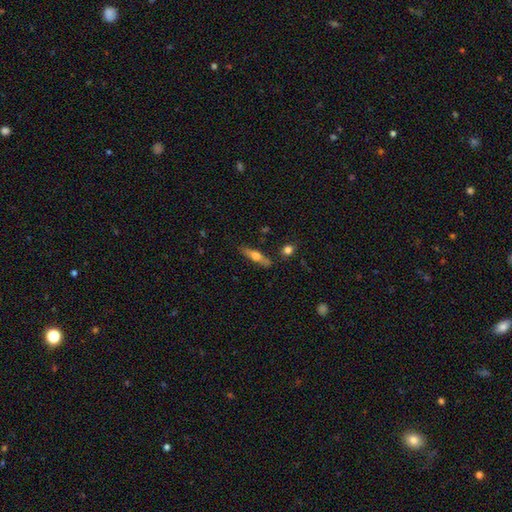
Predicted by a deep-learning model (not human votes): smooth 48%, featured or disk 45%, star or artifact 7%. Down the decision tree: merging — none (77%).